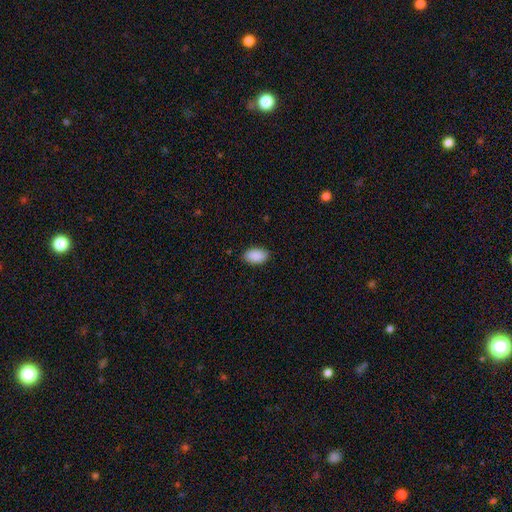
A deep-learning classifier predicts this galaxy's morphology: smooth 91%, star or artifact 7%, featured or disk 3%. Down the decision tree: how rounded — in between (94%); merging — none (86%).